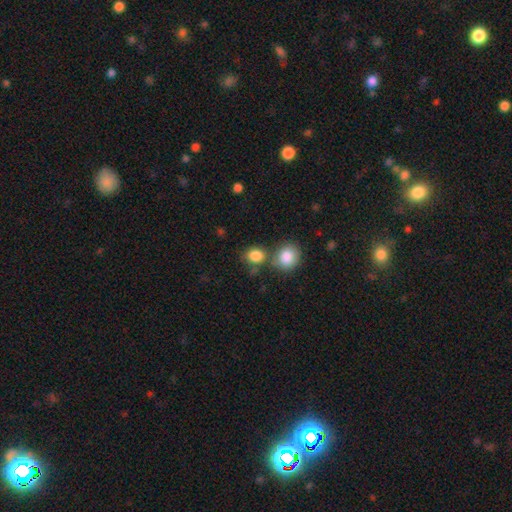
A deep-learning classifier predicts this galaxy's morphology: smooth-or-featured: smooth: 86% | star or artifact: 9% | featured or disk: 5%
  how-rounded: round: 63% | in between: 36% | cigar-shaped: 1%
  merging: none: 56% | merger: 28% | minor disturbance: 11% | major disturbance: 4%